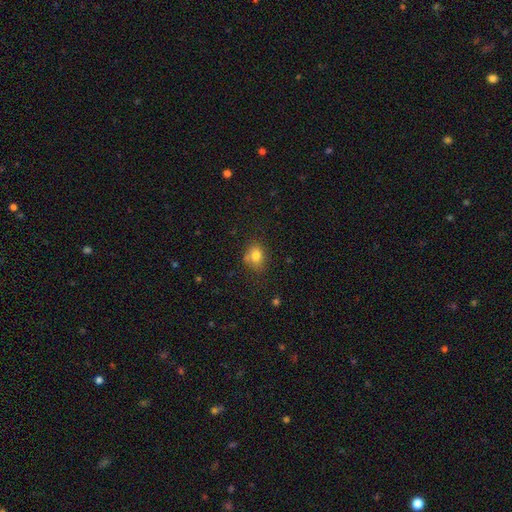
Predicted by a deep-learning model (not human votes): The model was most divided on "how rounded": round: 58%, in between: 41%, cigar-shaped: 1%. More confident: smooth or featured — smooth (79%); merging — none (69%).